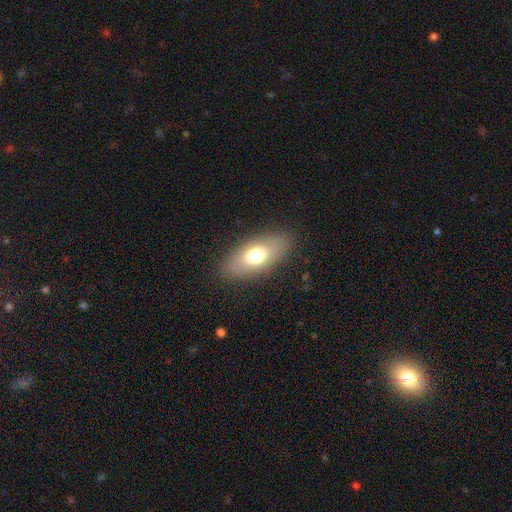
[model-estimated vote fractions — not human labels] Morphology: type=smooth (69%); roundness=in between (85%); merging=none (85%).